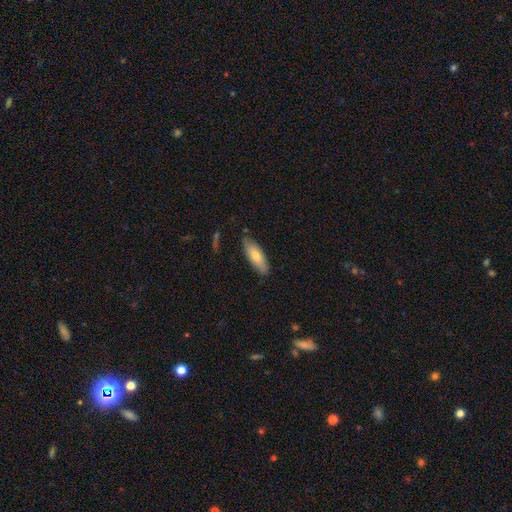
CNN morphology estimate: type=smooth (72%); roundness=in between (61%); merging=none (82%).